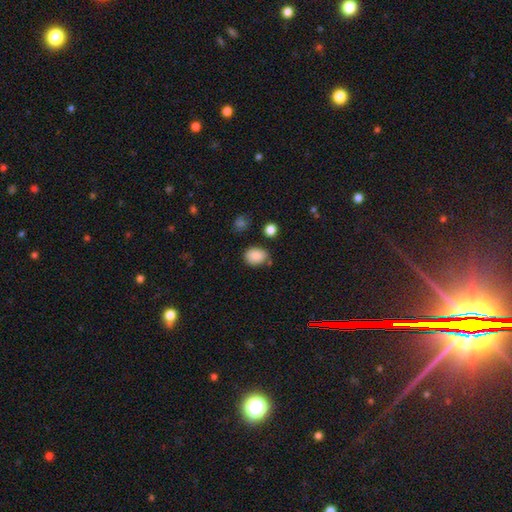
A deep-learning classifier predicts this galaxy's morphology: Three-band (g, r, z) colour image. It shows a smooth galaxy with no disk features (86%) that is in between round and cigar-shaped (60%). Merging: none (72%).